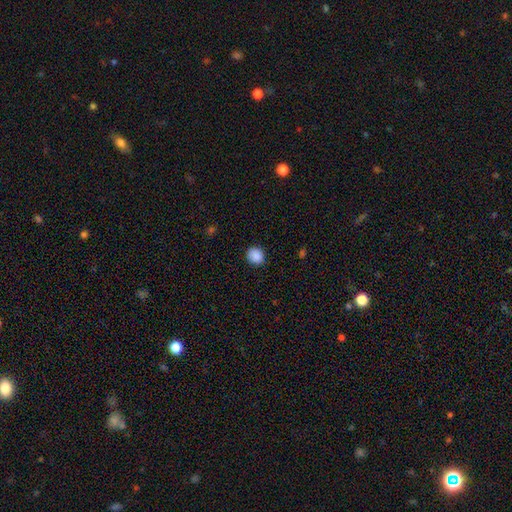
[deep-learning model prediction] Q: Smooth or featured?
A: smooth (89%); runner-up: star or artifact (9%)
Q: How rounded?
A: round (75%); runner-up: in between (24%)
Q: Merging?
A: none (88%); runner-up: minor disturbance (9%)